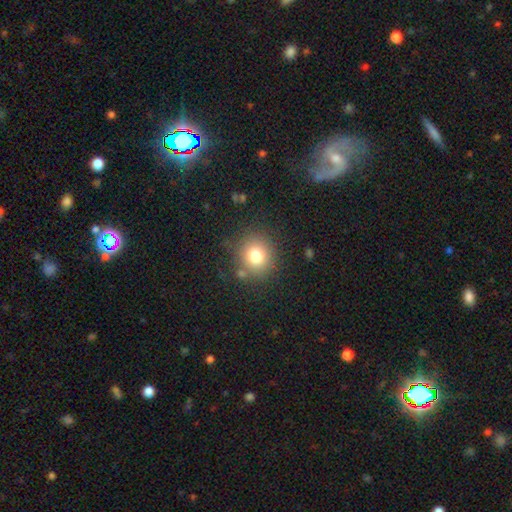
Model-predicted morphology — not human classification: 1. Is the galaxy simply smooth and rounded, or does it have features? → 78% smooth, 12% star or artifact, 10% featured or disk.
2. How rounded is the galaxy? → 88% round, 11% in between, 1% cigar-shaped.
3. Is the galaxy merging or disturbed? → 81% none, 10% minor disturbance, 4% merger, 4% major disturbance.